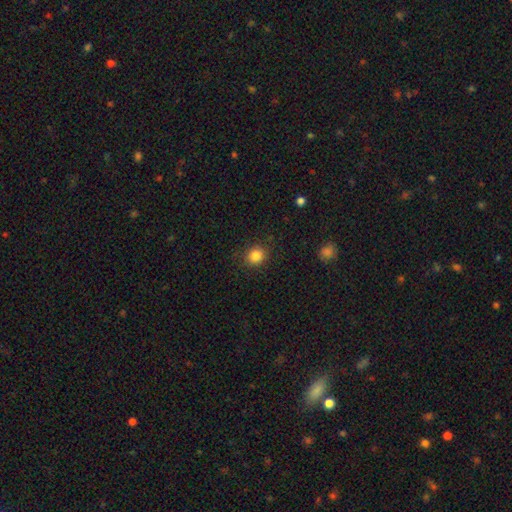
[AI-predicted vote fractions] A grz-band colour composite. It shows a smooth galaxy with no disk features (85%) that is round (78%). Merging: none (86%).